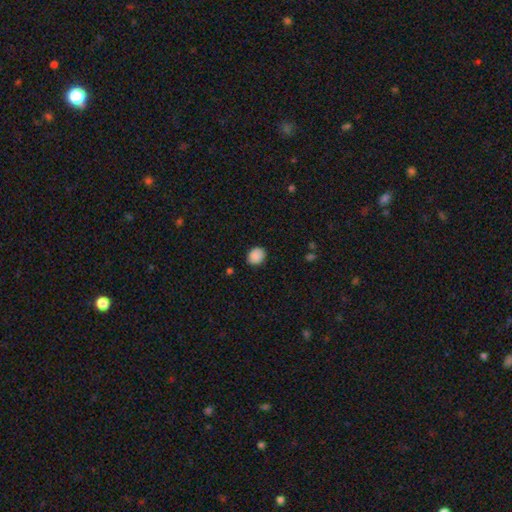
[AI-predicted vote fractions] This is clearly a smooth galaxy (88%). How rounded: possibly round (58%). Merging: clearly none (84%).